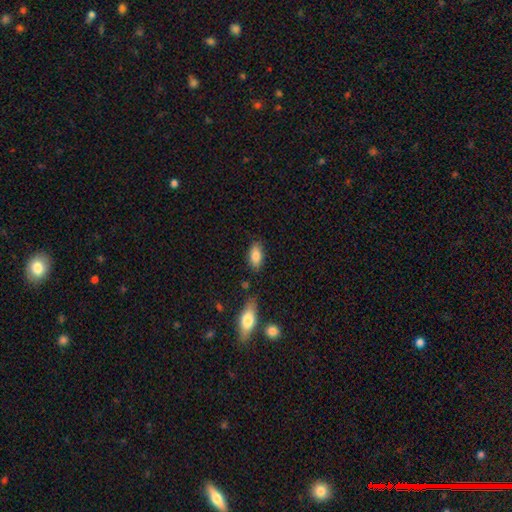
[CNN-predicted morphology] smooth_or_featured: smooth (p=0.84) [alt: featured or disk p=0.09]
how_rounded: in between (p=0.90) [alt: cigar-shaped p=0.06]
merging: none (p=0.79) [alt: minor disturbance p=0.14]